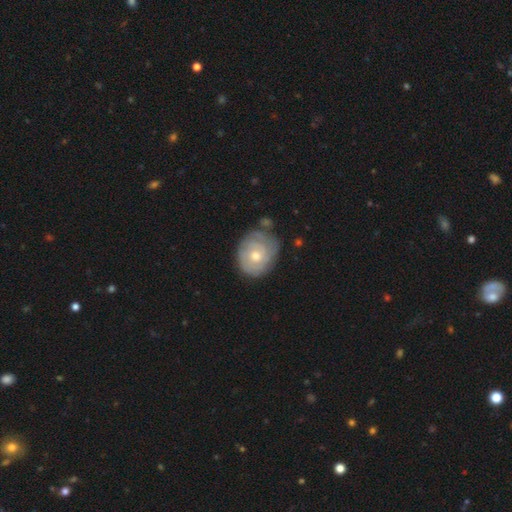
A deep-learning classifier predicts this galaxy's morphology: Overall: featured or disk (65%; smooth 29%). Edge-on disk: no (97%). Bar: no (79%). Spiral arms: yes (81%). Spiral arm count: can't tell (52%; 2 16%). Spiral winding: tight (75%). Bulge size: moderate (63%; small 32%). Merging: none (67%).